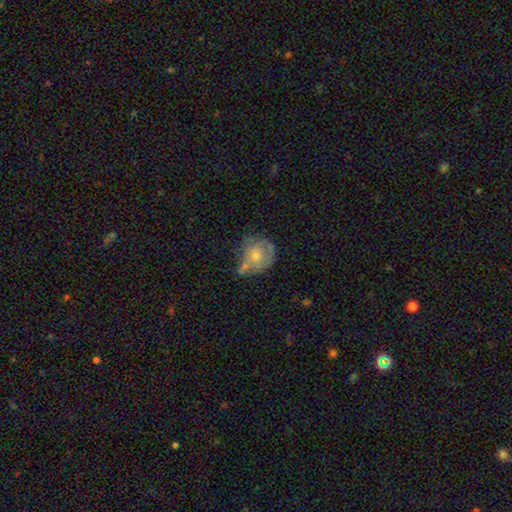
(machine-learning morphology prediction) This appears to be a smooth galaxy with no disk features (53%) that is round (76%). Merging: none (35%).